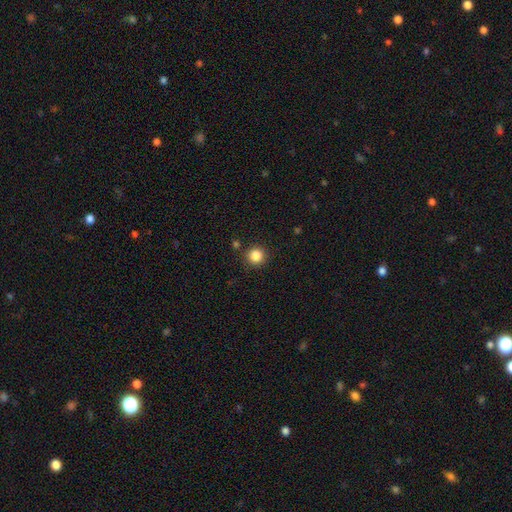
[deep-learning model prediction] Smooth or featured: smooth — 85% (star or artifact — 11%)
How rounded: round — 94% (in between — 5%)
Merging: none — 89% (minor disturbance — 6%)